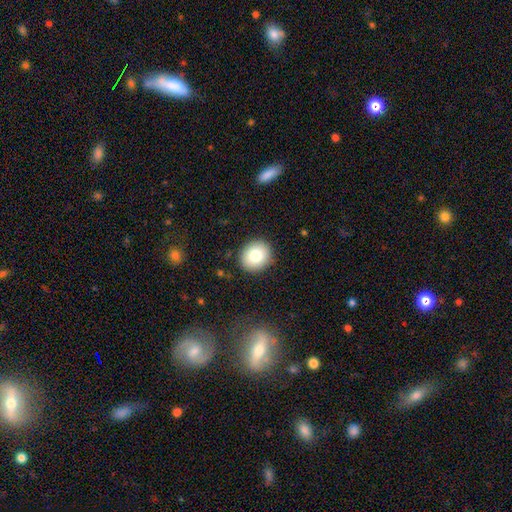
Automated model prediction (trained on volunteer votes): Smooth or featured? smooth (80%)
How rounded? round (77%)
Merging? none (89%)